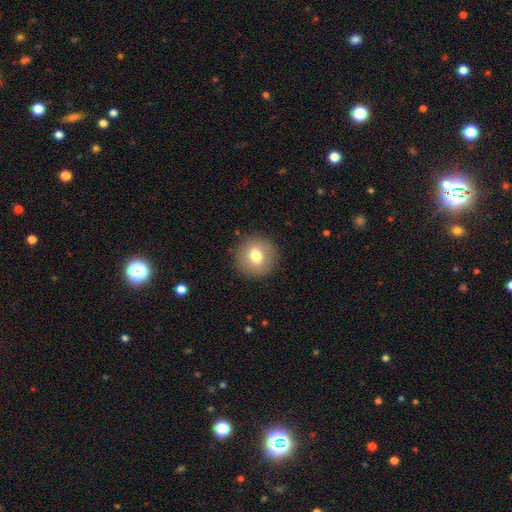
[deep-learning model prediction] Smooth or featured? smooth (73%)
How rounded? round (91%)
Merging? none (90%)